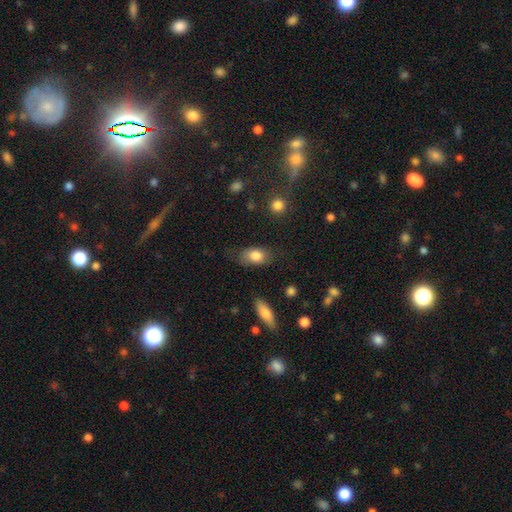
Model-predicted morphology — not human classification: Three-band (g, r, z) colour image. It shows a smooth galaxy with no disk features (82%) that is in between round and cigar-shaped (87%). Merging: none (71%).